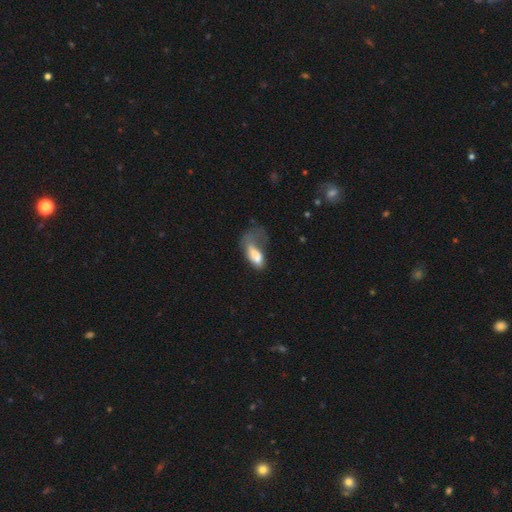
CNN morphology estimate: A smooth galaxy with no disk features (66%) that is in between round and cigar-shaped (83%). Merging: major disturbance (64%).